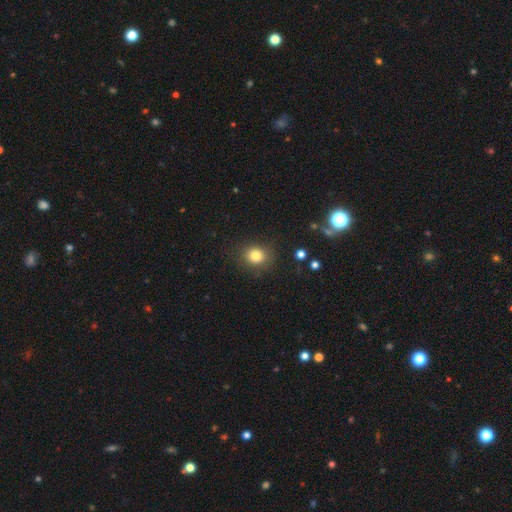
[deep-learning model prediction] Smooth or featured? smooth (82%)
How rounded? round (71%)
Merging? none (84%)